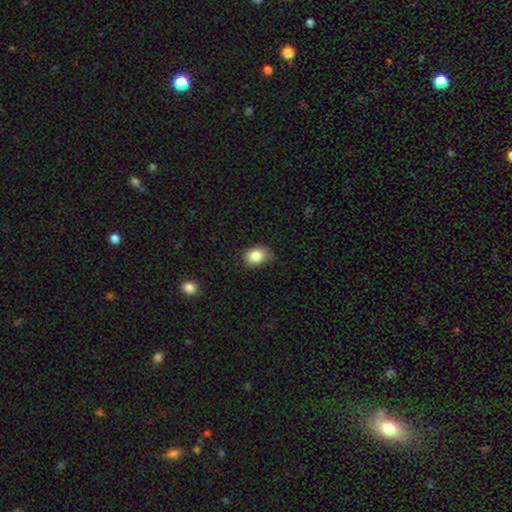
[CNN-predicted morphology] Q: Smooth or featured?
A: smooth (85%); runner-up: star or artifact (8%)
Q: How rounded?
A: in between (74%); runner-up: round (25%)
Q: Merging?
A: none (67%); runner-up: minor disturbance (27%)